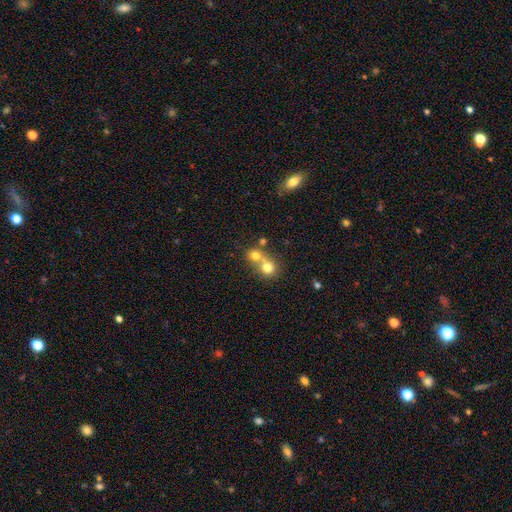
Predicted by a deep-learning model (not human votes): Smooth or featured: smooth — 72% (featured or disk — 15%)
How rounded: round — 79% (in between — 20%)
Merging: merger — 60% (none — 32%)